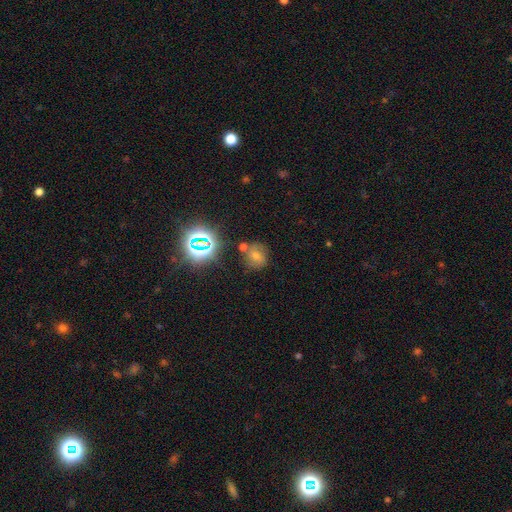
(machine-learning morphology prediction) This appears to be a star or artifact, not a galaxy (43%).